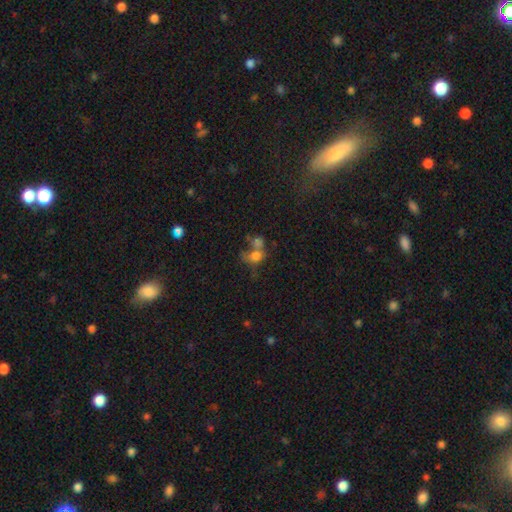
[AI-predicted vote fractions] The model was most divided on "how rounded": round: 55%, in between: 43%, cigar-shaped: 2%. More confident: smooth or featured — smooth (63%); merging — merger (54%).